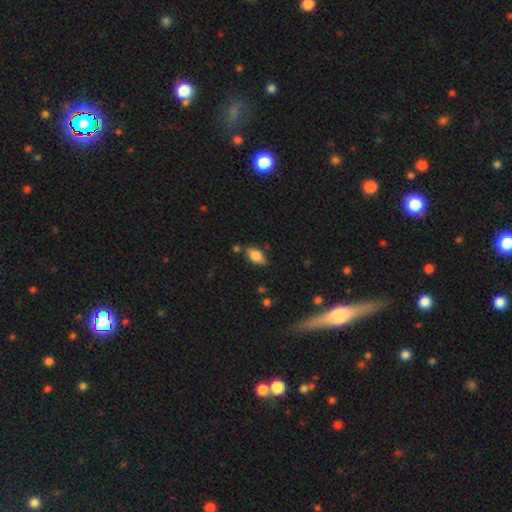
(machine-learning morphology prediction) Smooth or featured?
  - smooth: 79% *
  - featured or disk: 13%
  - star or artifact: 8%
How rounded?
  - in between: 90% *
  - cigar-shaped: 6%
  - round: 4%
Merging?
  - none: 76% *
  - minor disturbance: 16%
  - merger: 5%
  - major disturbance: 3%